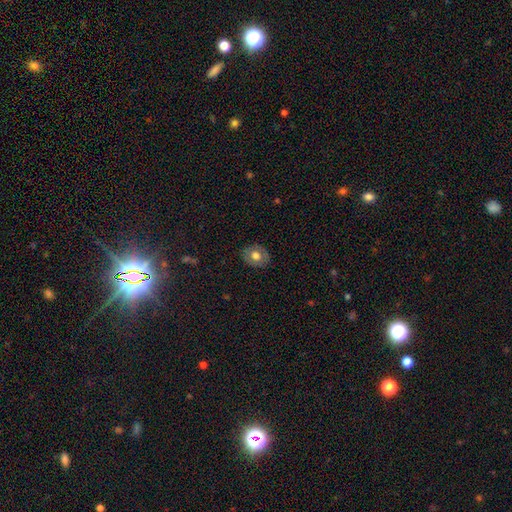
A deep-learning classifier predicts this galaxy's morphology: This appears to be a smooth galaxy with no disk features (67%) that is round (54%). Merging: none (84%).